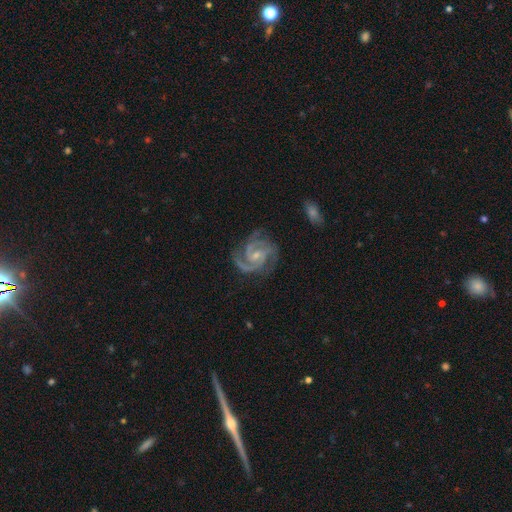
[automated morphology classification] A featured or disk galaxy (93%) with no bar (46%), 2 (48%) tight (52%) spiral arms (99%) and a small central bulge (63%).

Vote fractions:
- Smooth or featured? featured or disk: 93% / star or artifact: 4% / smooth: 3%
- Edge-on disk? no: 98% / yes: 2%
- Bar? no: 46% / weak: 42% / strong: 12%
- Spiral arms? yes: 99% / no: 1%
- Spiral winding? tight: 52% / medium: 43% / loose: 5%
- Spiral arm count? 2: 48% / 3: 38% / can't tell: 4% / 4: 4% / 1: 3% / more than 4: 3%
- Bulge size? small: 63% / moderate: 32% / none: 3% / large: 1% / dominant: 1%
- Merging? none: 75% / minor disturbance: 18% / major disturbance: 6% / merger: 1%